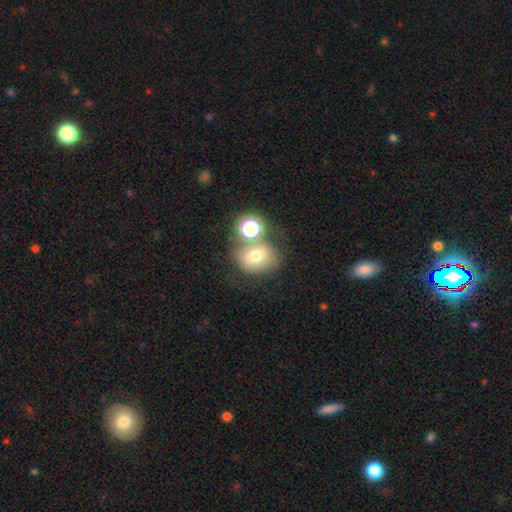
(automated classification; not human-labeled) A smooth galaxy with no disk features (64%) that is round (59%). Merging: none (50%).